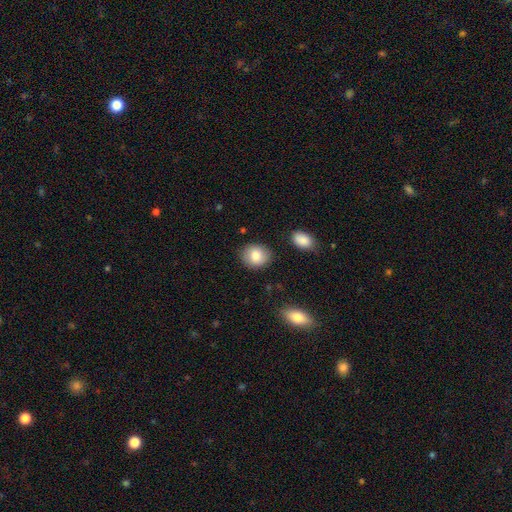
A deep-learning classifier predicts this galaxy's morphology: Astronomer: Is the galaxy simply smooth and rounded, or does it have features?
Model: smooth — 82%.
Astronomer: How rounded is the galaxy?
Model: round — 68%.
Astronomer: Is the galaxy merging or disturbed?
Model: none — 85%.